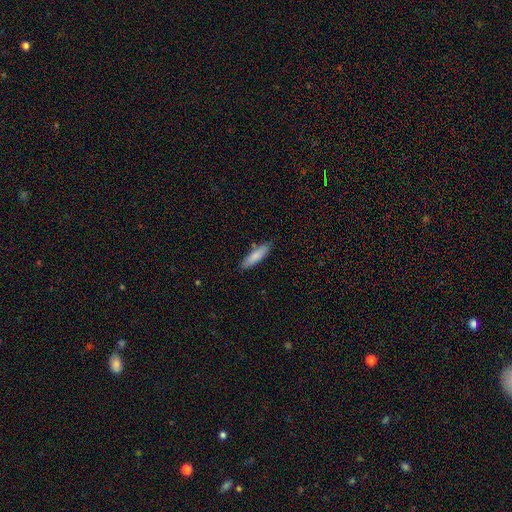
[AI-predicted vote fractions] A smooth galaxy with no disk features (82%) that is cigar-shaped (68%).

Vote fractions:
- Smooth or featured? smooth: 82% / featured or disk: 12% / star or artifact: 6%
- How rounded? cigar-shaped: 68% / in between: 31% / round: 1%
- Merging? none: 84% / minor disturbance: 11% / merger: 2% / major disturbance: 2%